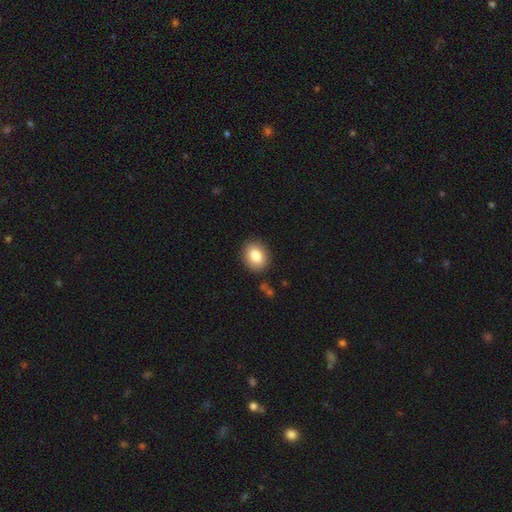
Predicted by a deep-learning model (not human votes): Q: Smooth or featured?
A: smooth (83%); runner-up: featured or disk (8%)
Q: How rounded?
A: in between (54%); runner-up: round (45%)
Q: Merging?
A: none (87%); runner-up: minor disturbance (9%)